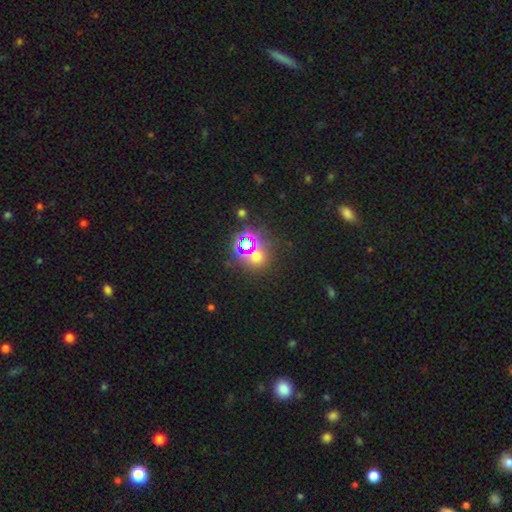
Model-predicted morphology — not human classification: Smooth or featured: star or artifact — 55% (smooth — 37%)